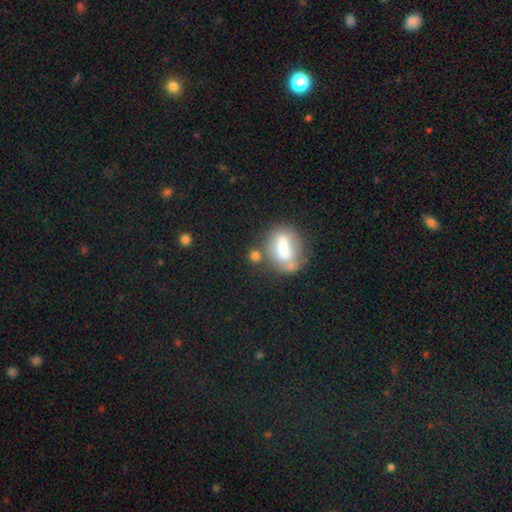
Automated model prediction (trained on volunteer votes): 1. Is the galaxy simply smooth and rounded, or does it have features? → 64% smooth, 24% featured or disk, 12% star or artifact.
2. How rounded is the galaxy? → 50% in between, 44% round, 6% cigar-shaped.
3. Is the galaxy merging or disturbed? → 49% none, 21% merger, 19% minor disturbance, 11% major disturbance.